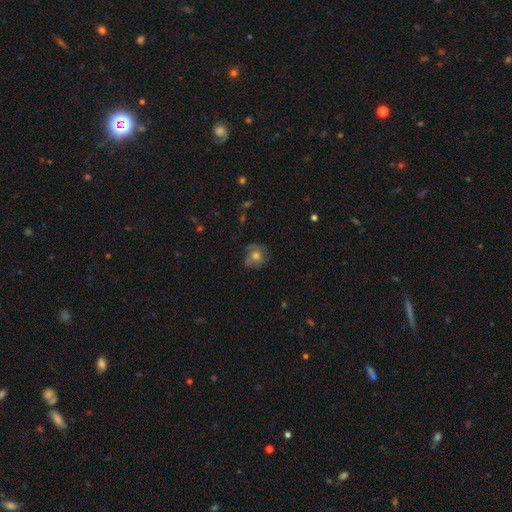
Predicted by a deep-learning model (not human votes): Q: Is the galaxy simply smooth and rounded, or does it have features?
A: smooth — 59%.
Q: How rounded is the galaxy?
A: round — 80%.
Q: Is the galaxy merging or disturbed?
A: none — 60%.